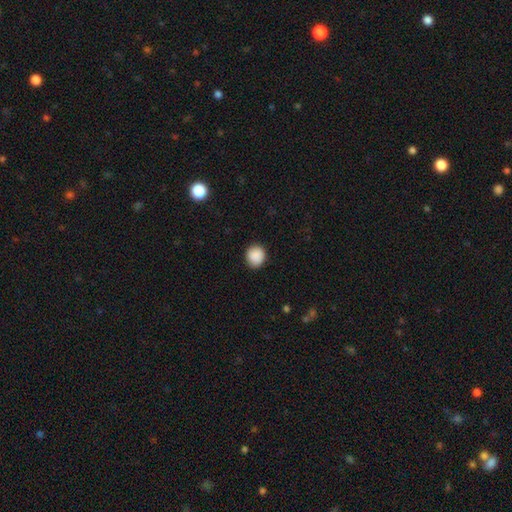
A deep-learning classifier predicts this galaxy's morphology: Overall: smooth (89%). How rounded: round (82%). Merging: none (87%).